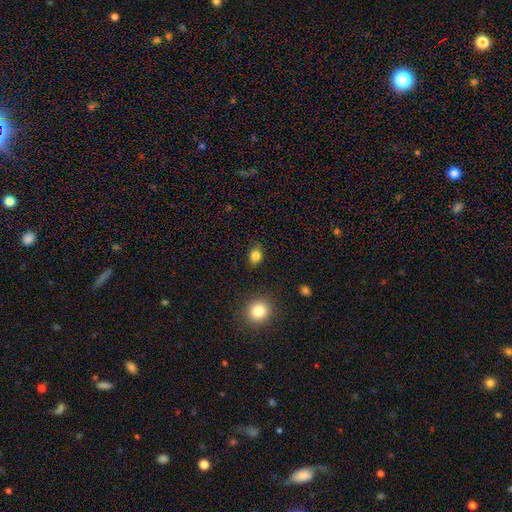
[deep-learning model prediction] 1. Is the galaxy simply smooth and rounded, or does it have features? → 83% smooth, 13% star or artifact, 5% featured or disk.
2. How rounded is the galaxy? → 66% round, 33% in between, 1% cigar-shaped.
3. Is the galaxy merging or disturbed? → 82% none, 12% minor disturbance, 3% major disturbance, 3% merger.